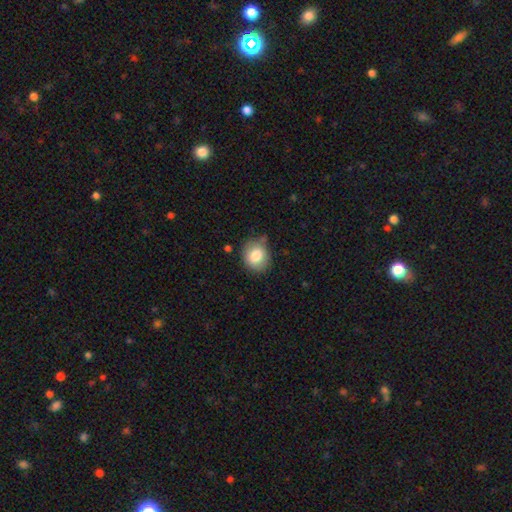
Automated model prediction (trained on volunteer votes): A smooth galaxy with no disk features (82%) that is round (70%). Merging: none (66%).